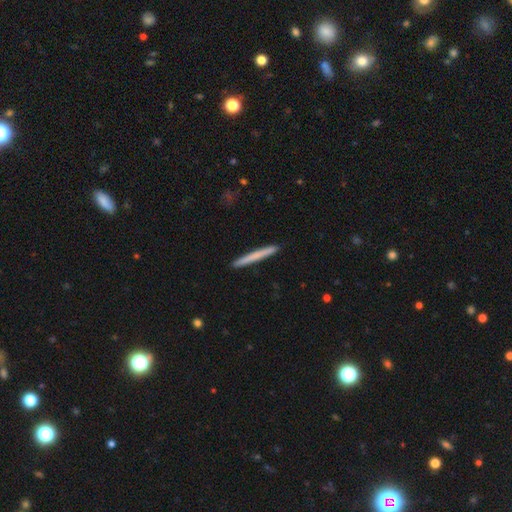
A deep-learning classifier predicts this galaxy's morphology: Smooth or featured? Predicted: smooth (p=0.65). How rounded? Predicted: cigar-shaped (p=0.97). Merging? Predicted: none (p=0.93).